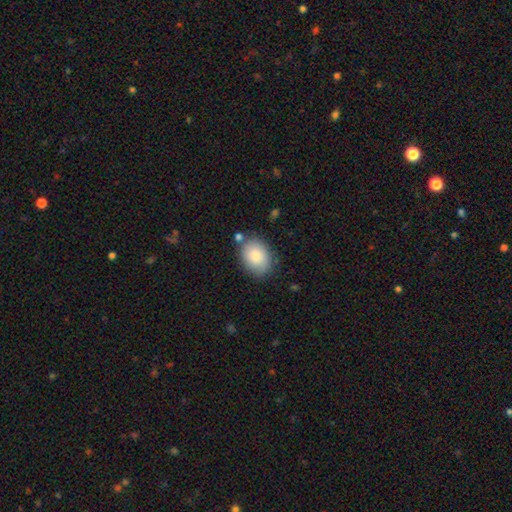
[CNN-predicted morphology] Smooth or featured? smooth (84%)
How rounded? in between (74%)
Merging? none (77%)